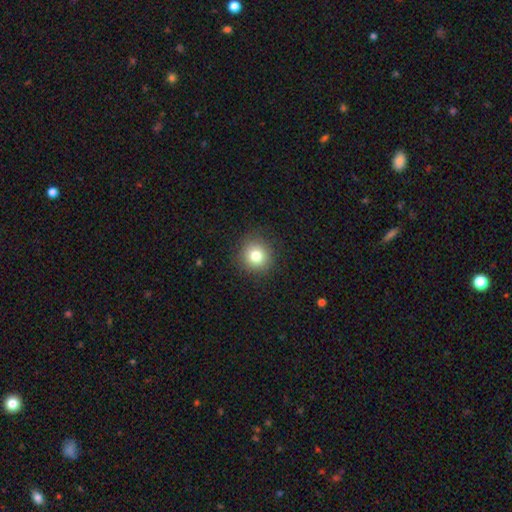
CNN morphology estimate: Smooth or featured? smooth (79%)
How rounded? round (91%)
Merging? none (90%)